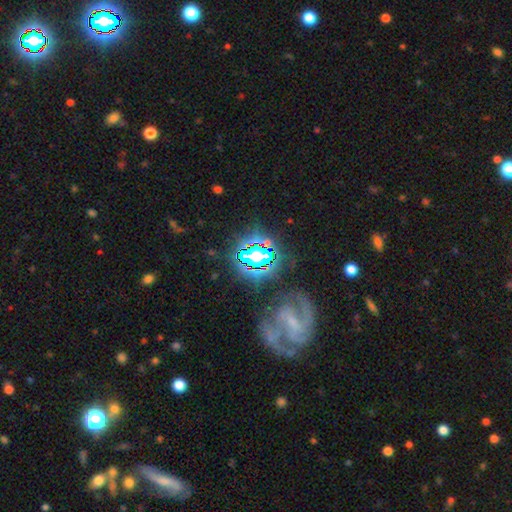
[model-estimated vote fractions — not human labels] Smooth or featured: star or artifact — 65% (smooth — 18%)